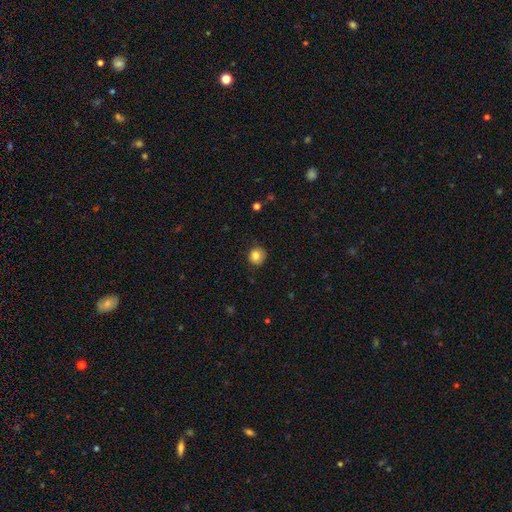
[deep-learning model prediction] smooth-or-featured: smooth: 83% | star or artifact: 10% | featured or disk: 7%
  how-rounded: round: 90% | in between: 9% | cigar-shaped: 1%
  merging: none: 83% | minor disturbance: 13% | major disturbance: 3% | merger: 1%